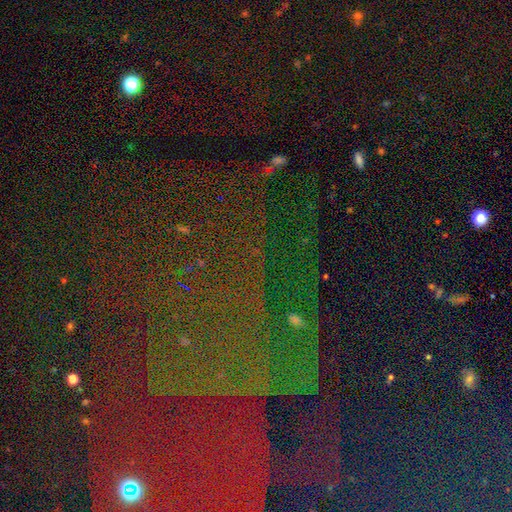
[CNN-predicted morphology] Smooth or featured? Predicted: star or artifact (p=0.77).